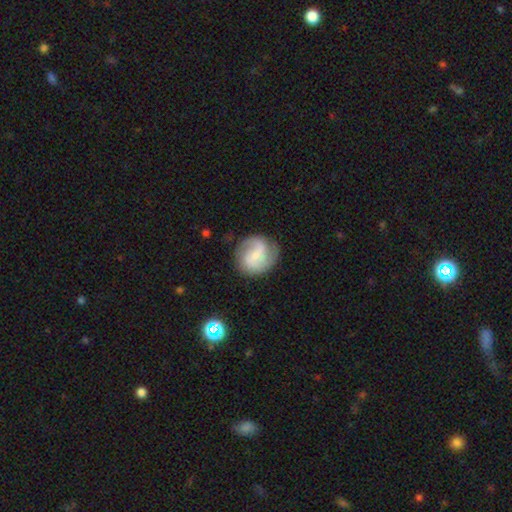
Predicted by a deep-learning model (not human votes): Smooth or featured? featured or disk (61%)
Edge-on disk? no (98%)
Bar? weak (48%)
Spiral arms? yes (89%)
Spiral winding? medium (44%)
Spiral arm count? 2 (74%)
Bulge size? small (60%)
Merging? none (70%)